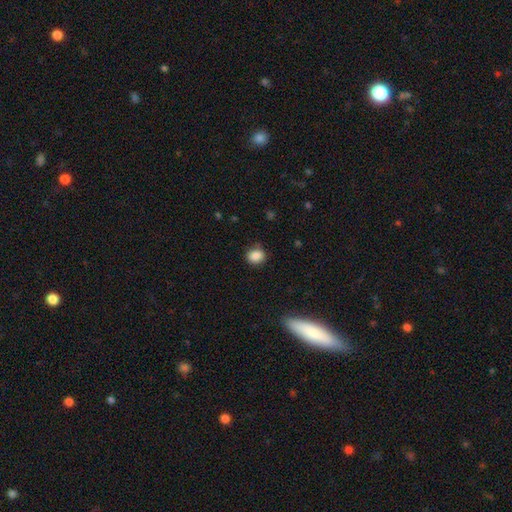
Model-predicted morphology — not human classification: Smooth or featured: smooth — 87% (star or artifact — 9%)
How rounded: round — 66% (in between — 33%)
Merging: none — 79% (minor disturbance — 16%)